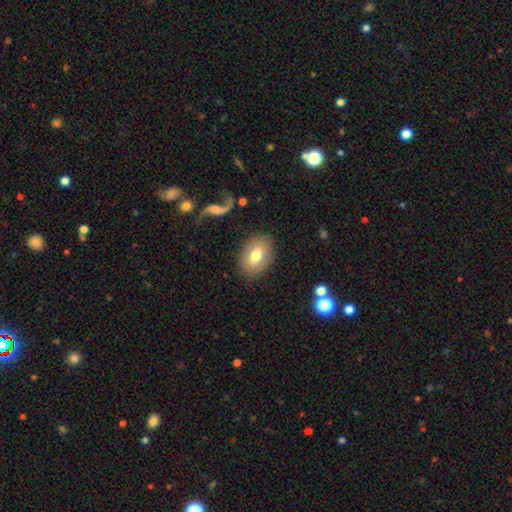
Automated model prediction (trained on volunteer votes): Smooth or featured: smooth — 70% (featured or disk — 23%)
How rounded: in between — 81% (round — 17%)
Merging: none — 84% (minor disturbance — 10%)